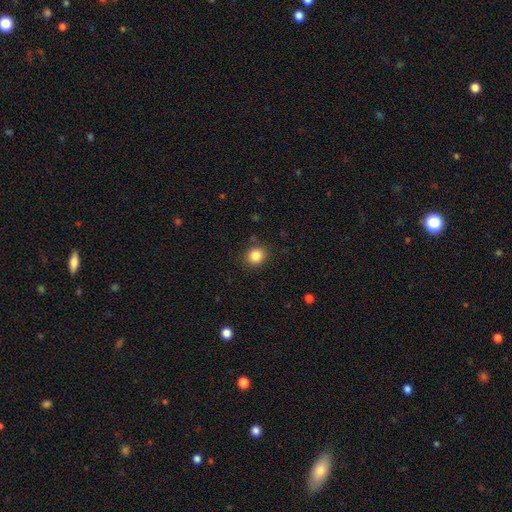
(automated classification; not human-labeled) Smooth or featured? smooth (85%)
How rounded? round (79%)
Merging? none (87%)